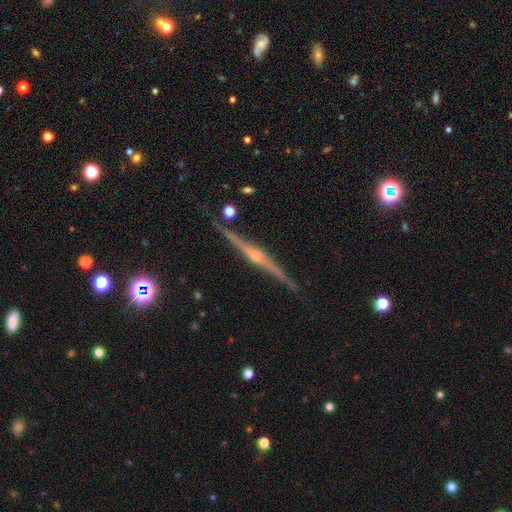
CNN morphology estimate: Overall: featured or disk (85%). Edge-on disk: yes (98%). Edge-on bulge: rounded (88%). Merging: none (88%).